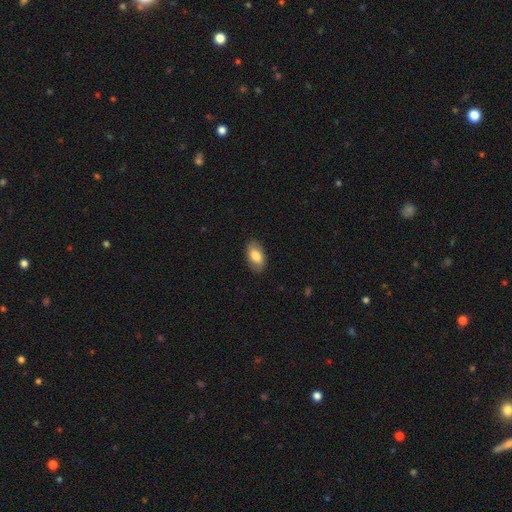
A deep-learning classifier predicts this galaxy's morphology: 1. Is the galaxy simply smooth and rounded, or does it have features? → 81% smooth, 13% featured or disk, 6% star or artifact.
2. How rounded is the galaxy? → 94% in between, 5% round, 2% cigar-shaped.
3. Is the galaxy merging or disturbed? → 85% none, 12% minor disturbance, 3% major disturbance, 1% merger.